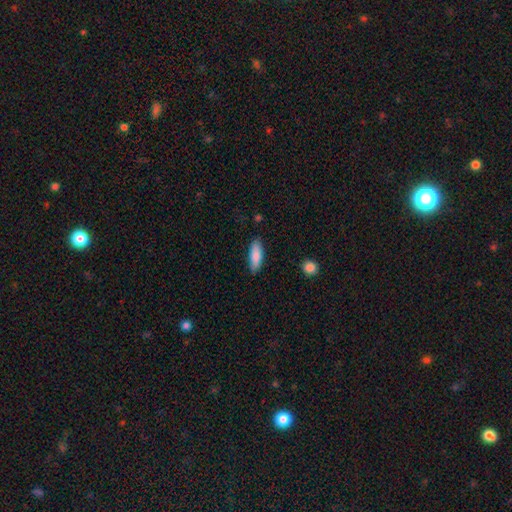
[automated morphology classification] A smooth galaxy with no disk features (84%) that is in between round and cigar-shaped (64%).

Vote fractions:
- Smooth or featured? smooth: 84% / featured or disk: 11% / star or artifact: 6%
- How rounded? in between: 64% / cigar-shaped: 34% / round: 2%
- Merging? none: 83% / minor disturbance: 13% / major disturbance: 2% / merger: 1%